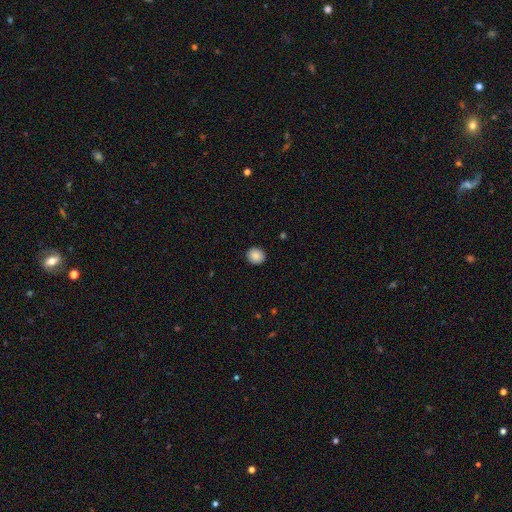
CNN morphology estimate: Smooth or featured? smooth (87%)
How rounded? round (84%)
Merging? none (91%)